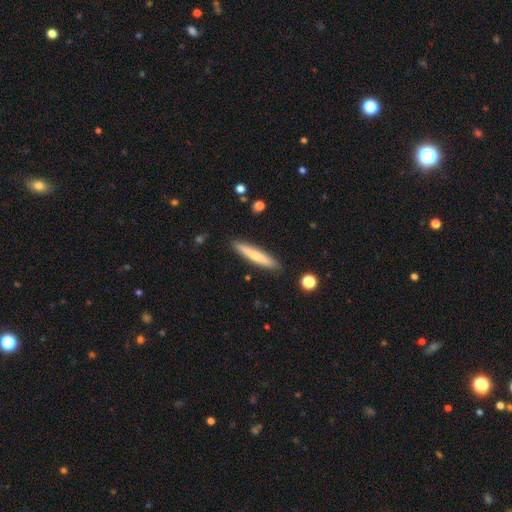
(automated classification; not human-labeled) The model was most divided on "smooth or featured": smooth: 66%, featured or disk: 29%, star or artifact: 6%. More confident: how rounded — cigar-shaped (92%); merging — none (89%).